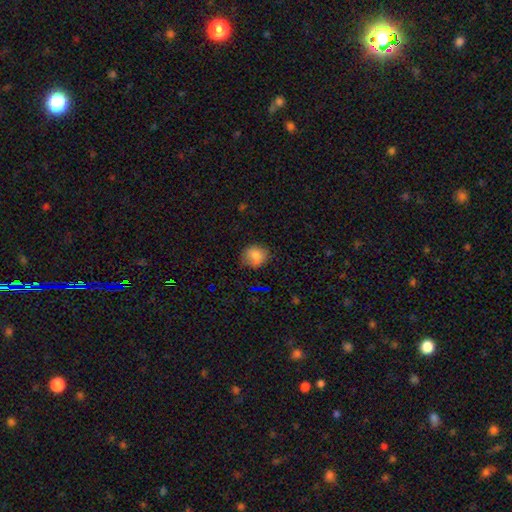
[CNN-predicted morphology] type=smooth (80%); roundness=round (74%); merging=none (72%).